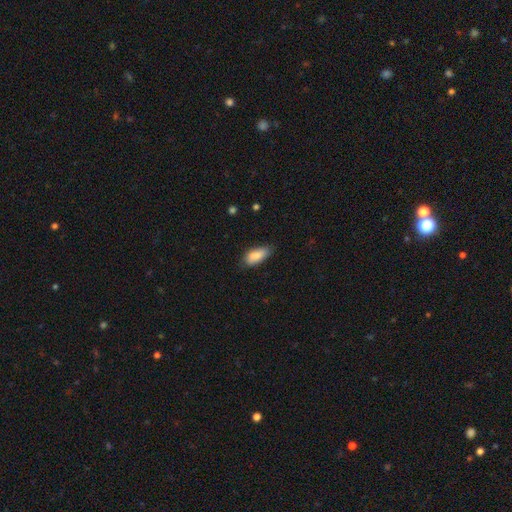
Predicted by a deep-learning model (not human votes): Smooth or featured: smooth — 85% (featured or disk — 8%)
How rounded: in between — 84% (cigar-shaped — 13%)
Merging: none — 65% (minor disturbance — 28%)